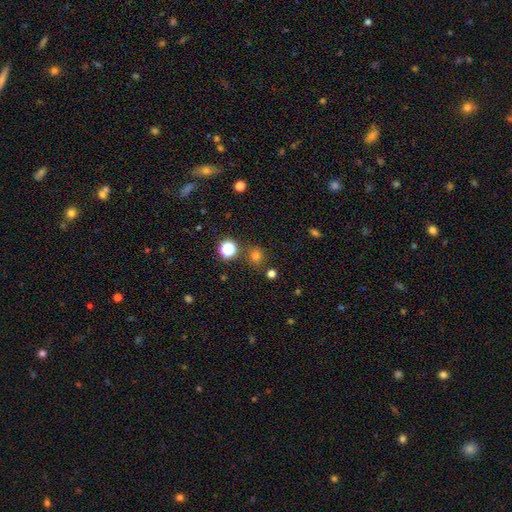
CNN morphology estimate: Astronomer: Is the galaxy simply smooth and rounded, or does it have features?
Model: smooth — 72%.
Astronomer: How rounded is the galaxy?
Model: round — 85%.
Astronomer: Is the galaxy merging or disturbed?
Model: none — 80%.